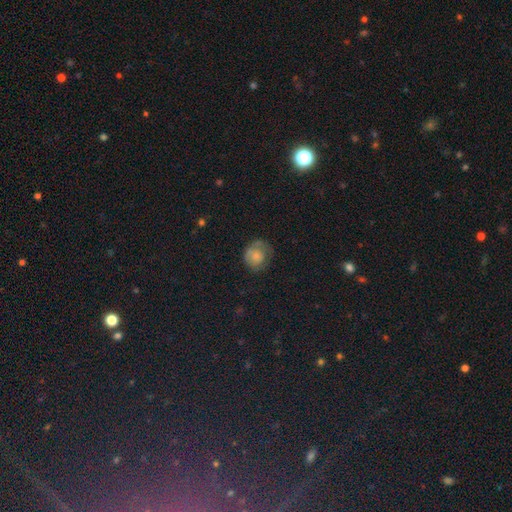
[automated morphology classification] smooth-or-featured: smooth: 68% | featured or disk: 22% | star or artifact: 10%
  how-rounded: round: 77% | in between: 22% | cigar-shaped: 1%
  merging: none: 54% | minor disturbance: 27% | major disturbance: 17% | merger: 2%